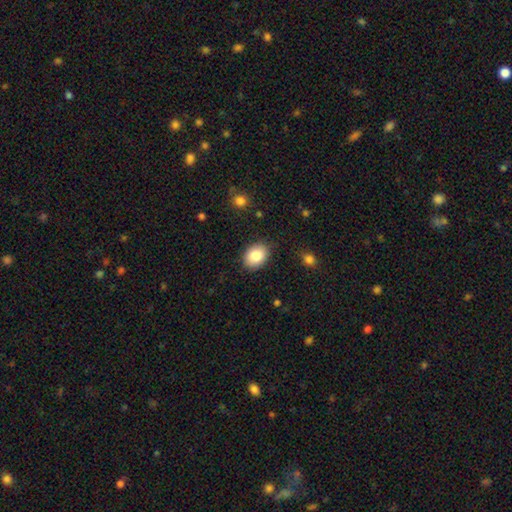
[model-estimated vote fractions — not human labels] A smooth galaxy with no disk features (85%) that is in between round and cigar-shaped (68%).

Vote fractions:
- Smooth or featured? smooth: 85% / star or artifact: 8% / featured or disk: 7%
- How rounded? in between: 68% / round: 31% / cigar-shaped: 1%
- Merging? none: 87% / minor disturbance: 10% / major disturbance: 2% / merger: 1%